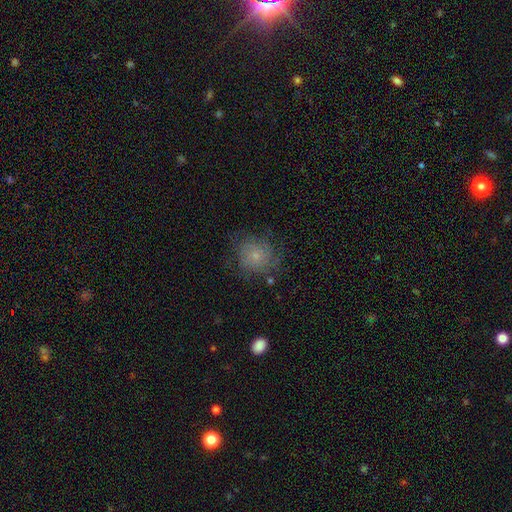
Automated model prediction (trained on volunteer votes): smooth-or-featured: smooth: 48% | featured or disk: 40% | star or artifact: 12%
  merging: none: 67% | minor disturbance: 20% | major disturbance: 12% | merger: 2%